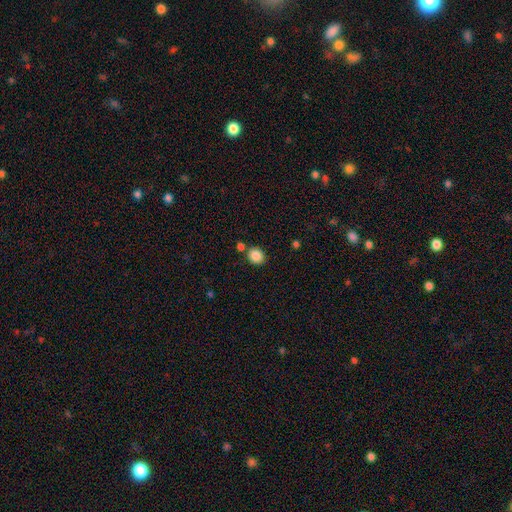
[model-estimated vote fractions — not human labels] The model was most divided on "how rounded": round: 70%, in between: 29%, cigar-shaped: 1%. More confident: smooth or featured — smooth (87%); merging — none (77%).